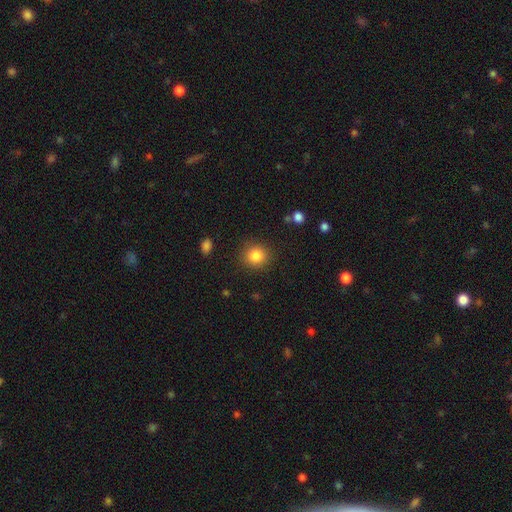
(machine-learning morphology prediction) A smooth galaxy with no disk features (84%) that is round (89%). Merging: none (89%).